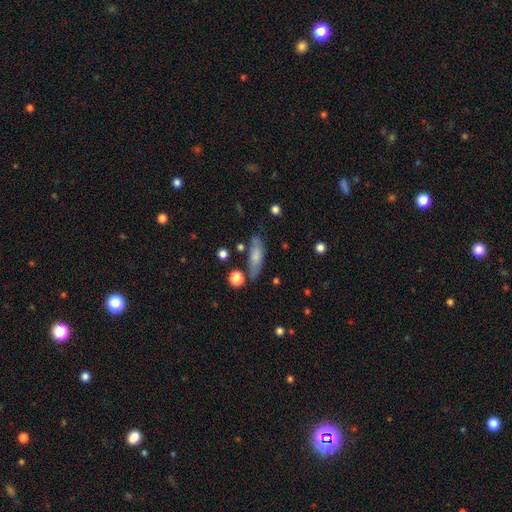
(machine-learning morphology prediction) smooth 72%, featured or disk 21%, star or artifact 8%. Down the decision tree: how rounded — cigar-shaped (52%); merging — none (69%).